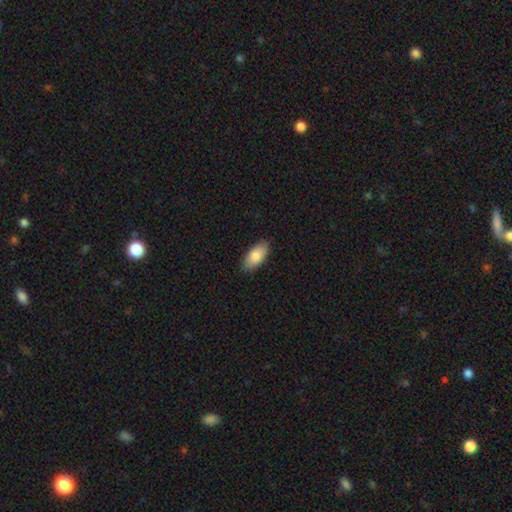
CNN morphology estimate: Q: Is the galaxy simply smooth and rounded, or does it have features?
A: smooth — 84%.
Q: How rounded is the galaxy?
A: in between — 91%.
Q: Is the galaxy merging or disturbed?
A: none — 87%.